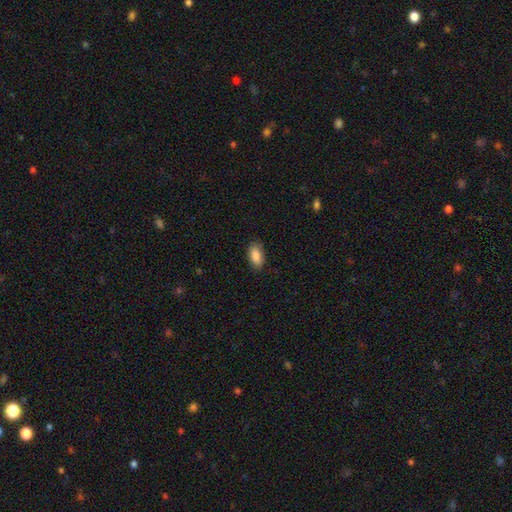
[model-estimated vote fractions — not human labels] smooth 88%, star or artifact 7%, featured or disk 5%. Down the decision tree: how rounded — in between (91%); merging — none (86%).